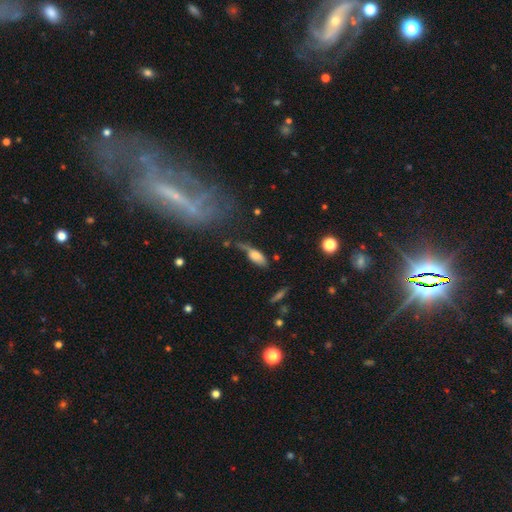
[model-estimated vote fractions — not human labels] smooth-or-featured: smooth: 64% | featured or disk: 27% | star or artifact: 9%
  how-rounded: in between: 71% | cigar-shaped: 25% | round: 4%
  merging: none: 35% | minor disturbance: 33% | major disturbance: 24% | merger: 8%